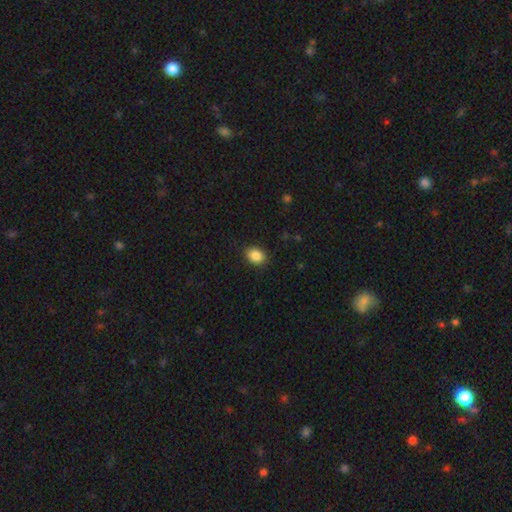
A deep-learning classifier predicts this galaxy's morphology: A smooth galaxy with no disk features (87%) that is in between round and cigar-shaped (60%). Merging: none (88%).